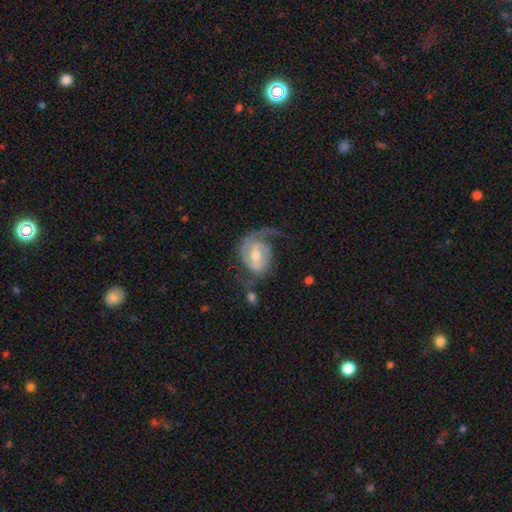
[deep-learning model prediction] Morphology: type=featured or disk (86%); edge-on=no (97%); bar=weak (51%); spiral arms=yes (95%); winding=medium (43%); arm count=2 (53%); bulge=moderate (67%); merging=none (50%).